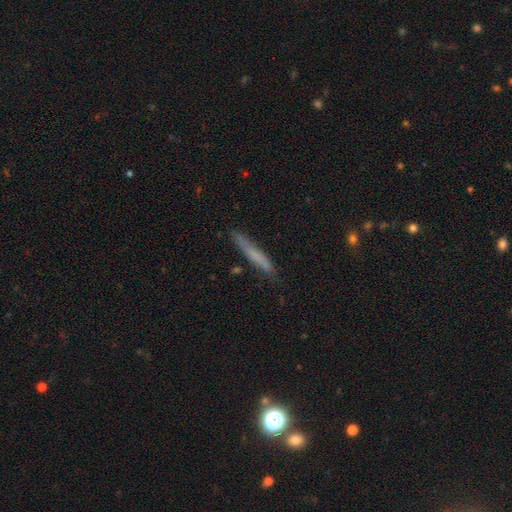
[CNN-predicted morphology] A smooth galaxy with no disk features (64%) that is cigar-shaped (95%).

Vote fractions:
- Smooth or featured? smooth: 64% / featured or disk: 29% / star or artifact: 7%
- How rounded? cigar-shaped: 95% / in between: 3% / round: 1%
- Merging? none: 80% / minor disturbance: 15% / major disturbance: 3% / merger: 2%